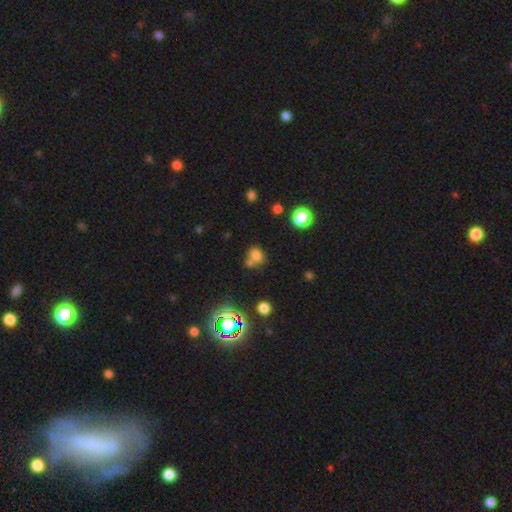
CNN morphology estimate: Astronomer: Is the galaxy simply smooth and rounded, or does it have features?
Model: smooth — 71%.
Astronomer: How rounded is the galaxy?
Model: round — 60% (runner-up: in between, 39%).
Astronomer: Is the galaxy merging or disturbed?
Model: none — 48% (runner-up: merger, 34%).